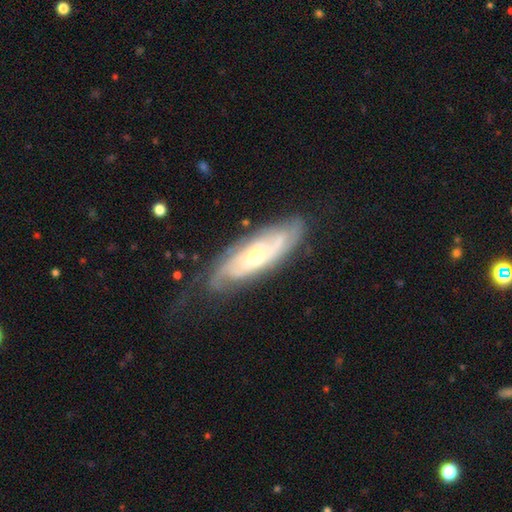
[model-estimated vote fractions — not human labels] A featured or disk galaxy (80%) with no bar (68%), tight (61%) spiral arms (90%) and a moderate central bulge (66%).

Vote fractions:
- Smooth or featured? featured or disk: 80% / smooth: 15% / star or artifact: 5%
- Edge-on disk? no: 81% / yes: 19%
- Bar? no: 68% / weak: 25% / strong: 7%
- Spiral arms? yes: 90% / no: 10%
- Spiral winding? tight: 61% / medium: 29% / loose: 9%
- Spiral arm count? can't tell: 44% / 2: 31% / 3: 13% / 4: 5% / 1: 4% / more than 4: 3%
- Bulge size? moderate: 66% / small: 24% / large: 7% / none: 1% / dominant: 1%
- Merging? none: 68% / minor disturbance: 22% / major disturbance: 8% / merger: 2%